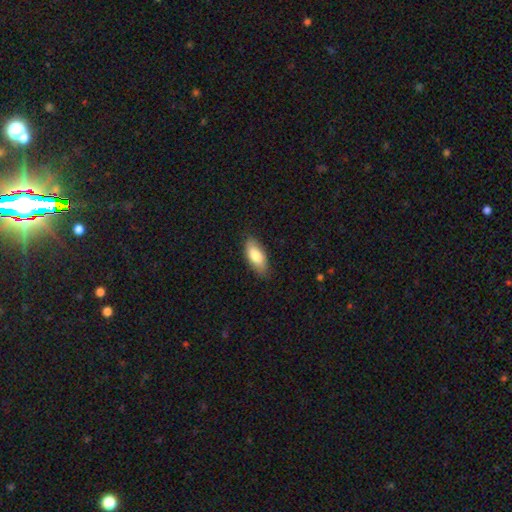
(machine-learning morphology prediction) Smooth or featured? Predicted: smooth (p=0.80). How rounded? Predicted: in between (p=0.85). Merging? Predicted: none (p=0.82).